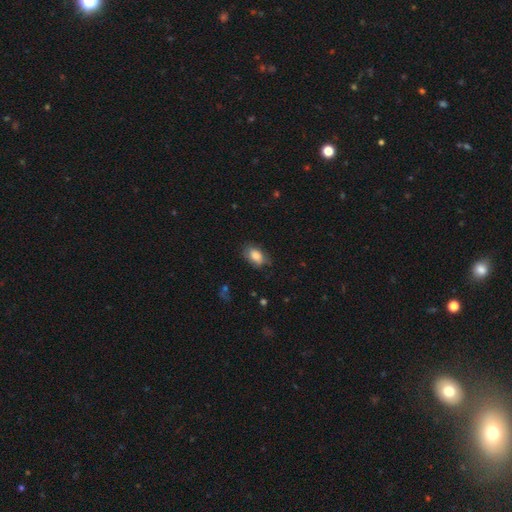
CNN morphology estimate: Smooth or featured? Predicted: smooth (p=0.82). How rounded? Predicted: in between (p=0.88). Merging? Predicted: none (p=0.67).